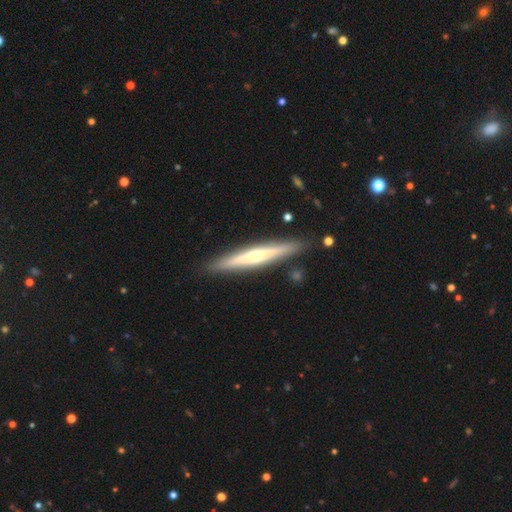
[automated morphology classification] featured or disk 66%, smooth 29%, star or artifact 5%. Down the decision tree: edge-on disk — yes (96%); edge-on bulge — rounded (79%); merging — none (90%).